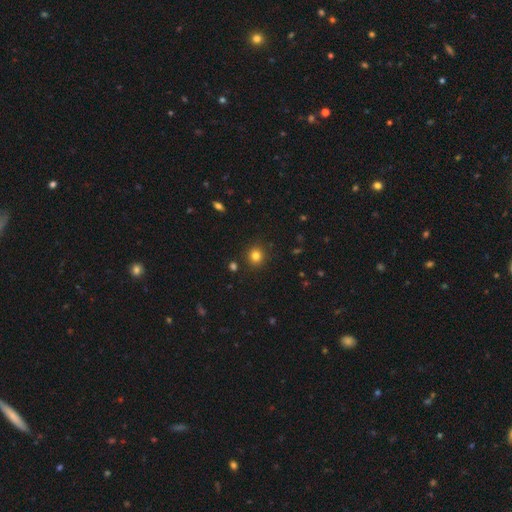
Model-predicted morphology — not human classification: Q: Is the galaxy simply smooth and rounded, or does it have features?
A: smooth — 81%.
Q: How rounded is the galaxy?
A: round — 90%.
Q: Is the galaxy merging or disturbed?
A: none — 89%.